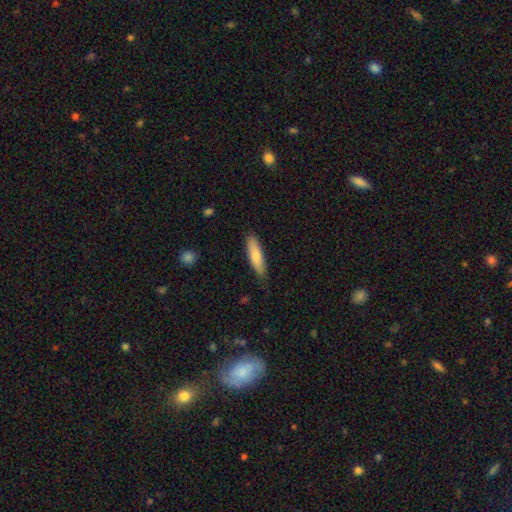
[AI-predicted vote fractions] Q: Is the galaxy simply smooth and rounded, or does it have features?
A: smooth — 76%.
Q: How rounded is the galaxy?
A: cigar-shaped — 62%.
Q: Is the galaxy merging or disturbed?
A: none — 80%.